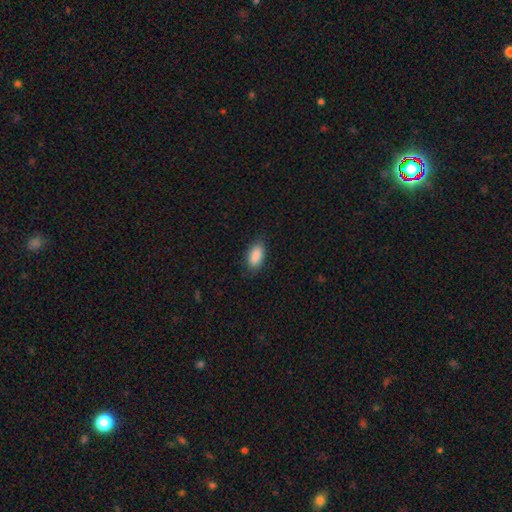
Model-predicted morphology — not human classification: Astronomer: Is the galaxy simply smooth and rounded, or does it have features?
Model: smooth — 90%.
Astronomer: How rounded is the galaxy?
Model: in between — 92%.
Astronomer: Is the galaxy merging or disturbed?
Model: none — 83%.